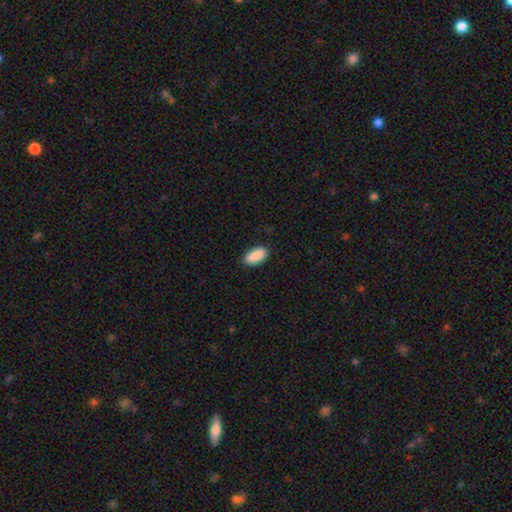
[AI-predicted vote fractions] Morphology: type=smooth (90%); roundness=in between (91%); merging=none (88%).